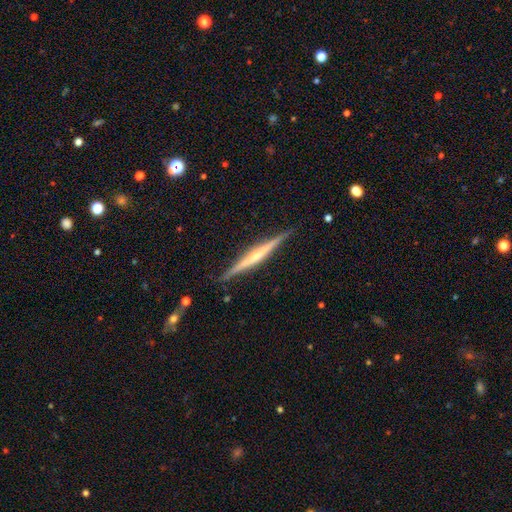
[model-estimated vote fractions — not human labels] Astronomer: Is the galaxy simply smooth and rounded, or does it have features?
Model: featured or disk — 68%.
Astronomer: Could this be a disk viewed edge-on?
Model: yes — 98%.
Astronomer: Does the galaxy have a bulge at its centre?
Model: none — 54% (runner-up: rounded, 34%).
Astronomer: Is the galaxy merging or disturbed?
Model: none — 89%.